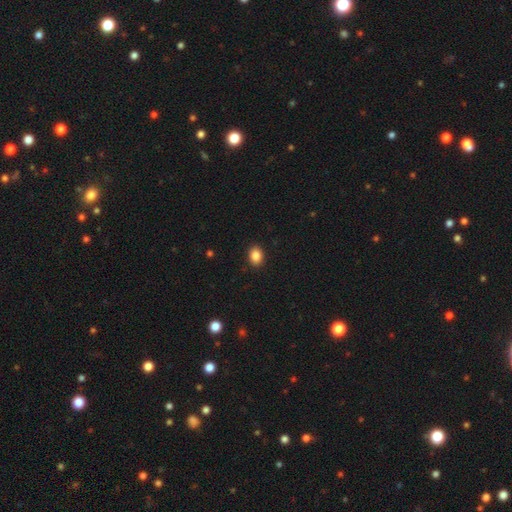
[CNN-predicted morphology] Overall: smooth (87%). How rounded: in between (68%; round 31%). Merging: none (91%).